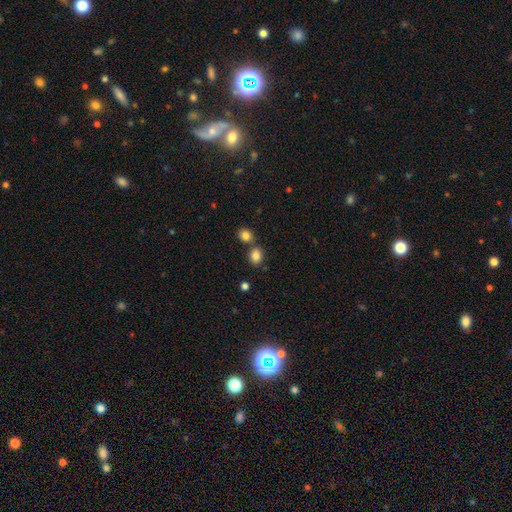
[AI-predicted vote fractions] This is clearly a smooth galaxy (85%). How rounded: possibly round (55%). Merging: likely none (66%).